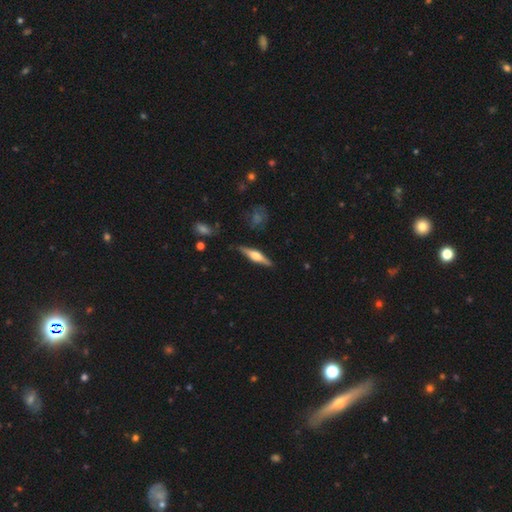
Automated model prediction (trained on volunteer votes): Overall: featured or disk (65%; smooth 29%). Edge-on disk: yes (97%). Edge-on bulge: rounded (87%). Merging: none (86%).